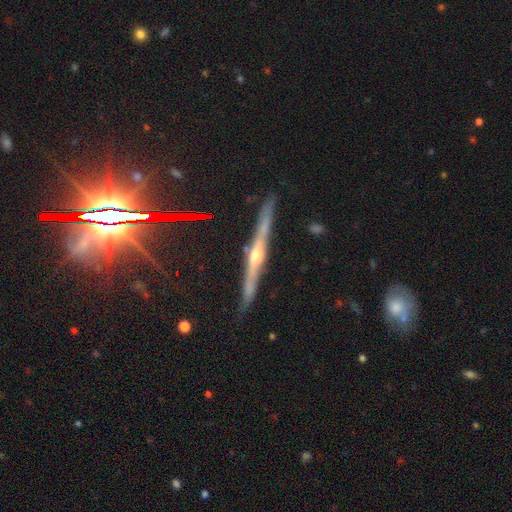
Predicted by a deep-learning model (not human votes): Smooth or featured?
  - featured or disk: 76% *
  - smooth: 14%
  - star or artifact: 10%
Edge-on disk?
  - yes: 97% *
  - no: 3%
Edge-on bulge?
  - rounded: 77% *
  - none: 13%
  - boxy: 10%
Merging?
  - none: 86% *
  - minor disturbance: 10%
  - major disturbance: 2%
  - merger: 2%